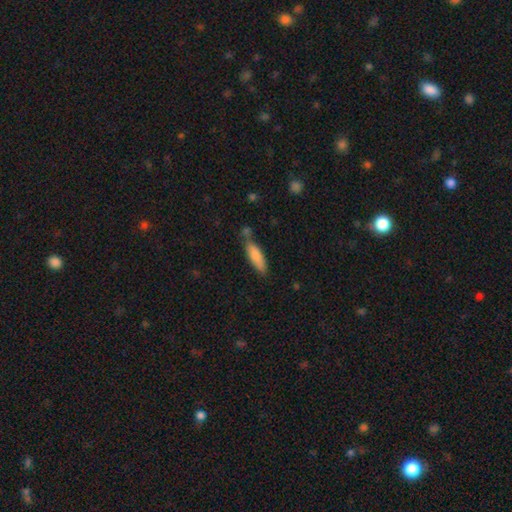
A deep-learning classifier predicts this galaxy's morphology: smooth_or_featured: smooth (p=0.83) [alt: featured or disk p=0.11]
how_rounded: cigar-shaped (p=0.58) [alt: in between p=0.41]
merging: none (p=0.65) [alt: minor disturbance p=0.20]